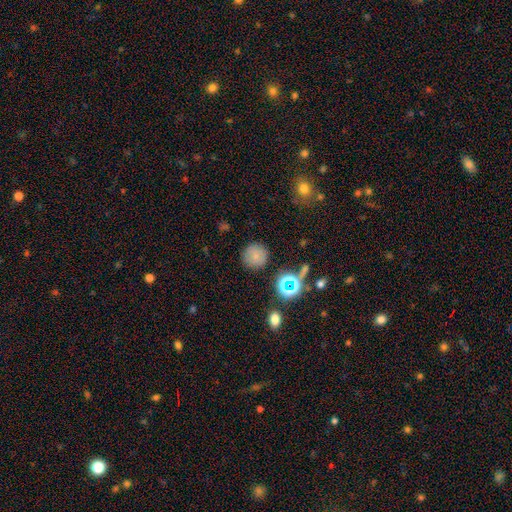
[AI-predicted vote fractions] A smooth galaxy with no disk features (72%) that is round (93%).

Vote fractions:
- Smooth or featured? smooth: 72% / star or artifact: 17% / featured or disk: 11%
- How rounded? round: 93% / in between: 6% / cigar-shaped: 1%
- Merging? none: 84% / minor disturbance: 10% / major disturbance: 4% / merger: 3%